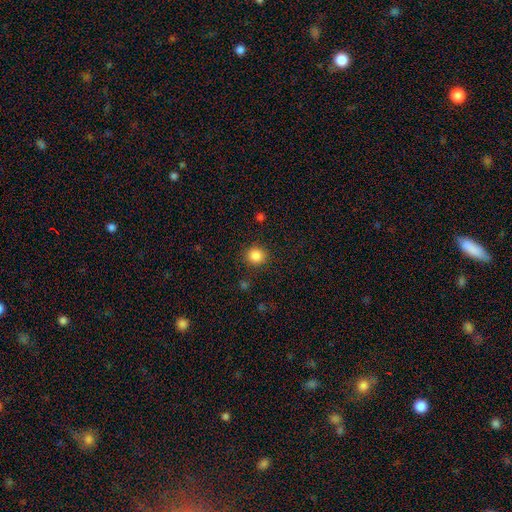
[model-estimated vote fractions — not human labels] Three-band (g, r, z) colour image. It shows a smooth galaxy with no disk features (85%) that is round (88%). Merging: none (89%).